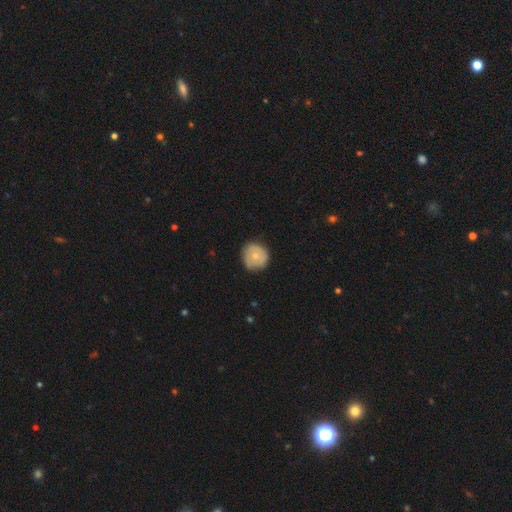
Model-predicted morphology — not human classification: A smooth galaxy with no disk features (62%) that is round (92%).

Vote fractions:
- Smooth or featured? smooth: 62% / featured or disk: 31% / star or artifact: 7%
- How rounded? round: 92% / in between: 7% / cigar-shaped: 1%
- Merging? none: 77% / minor disturbance: 18% / major disturbance: 3% / merger: 1%